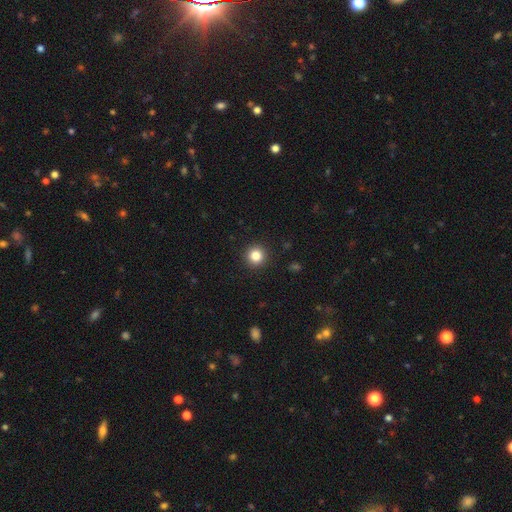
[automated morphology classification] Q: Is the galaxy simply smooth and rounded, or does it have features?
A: smooth — 84%.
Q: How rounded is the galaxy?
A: round — 95%.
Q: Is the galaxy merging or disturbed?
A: none — 93%.